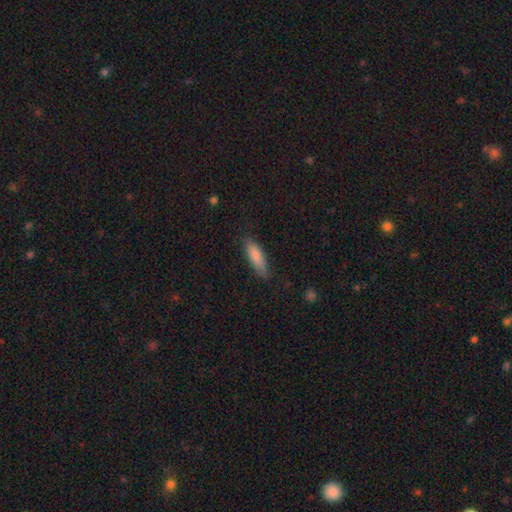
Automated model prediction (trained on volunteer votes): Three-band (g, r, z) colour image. It shows a smooth galaxy with no disk features (83%) that is cigar-shaped (50%). Merging: none (79%).